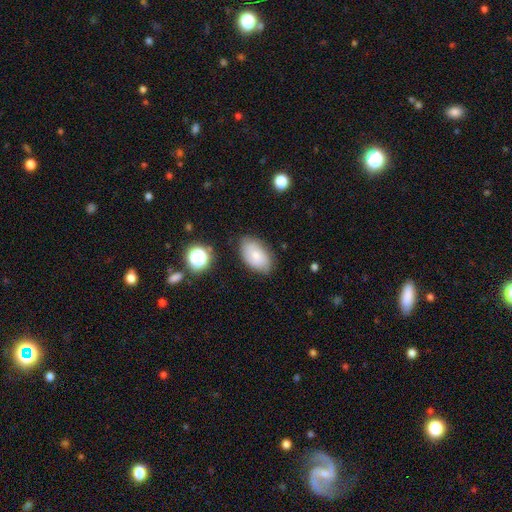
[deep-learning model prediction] This is likely a smooth galaxy (65%). How rounded: clearly in between (91%). Merging: likely none (76%).